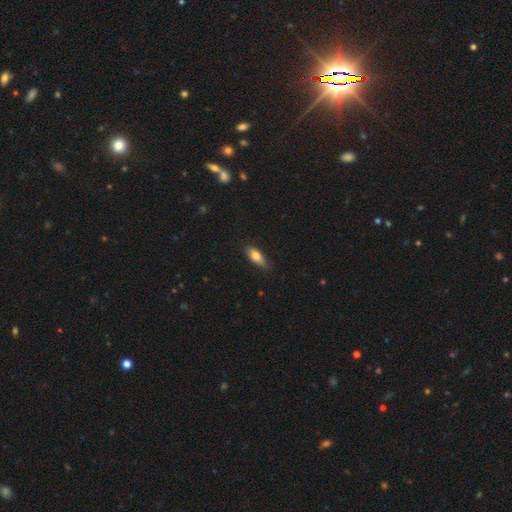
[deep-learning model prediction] This appears to be a smooth galaxy with no disk features (77%) that is in between round and cigar-shaped (74%). Merging: none (72%).